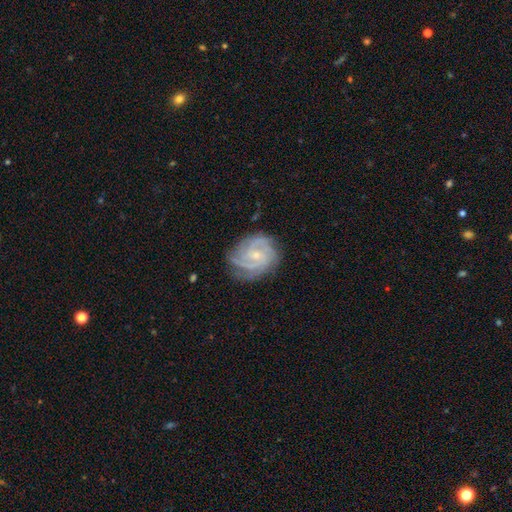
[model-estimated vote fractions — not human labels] This appears to be a featured or disk galaxy (87%) with no bar (63%), 3 (38%) tight (63%) spiral arms (97%) and a small central bulge (74%). Merging: none (74%).